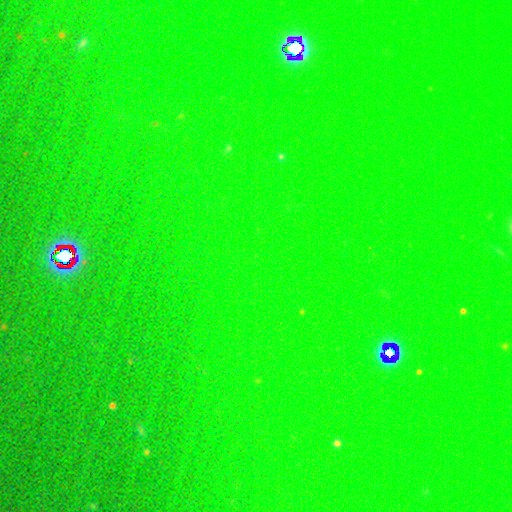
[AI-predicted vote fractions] star or artifact 76%, smooth 15%, featured or disk 9%.